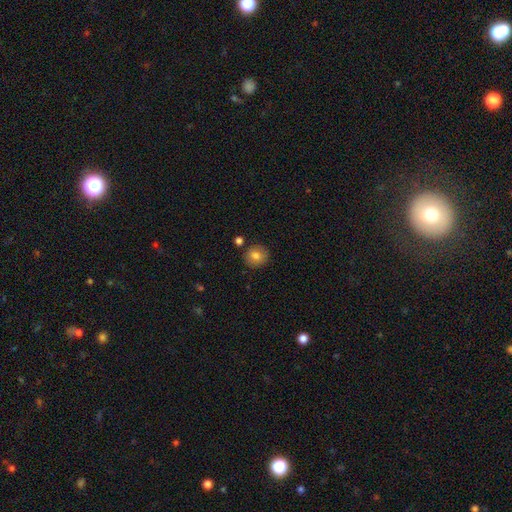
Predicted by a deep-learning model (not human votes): This is clearly a smooth galaxy (80%). How rounded: clearly round (87%). Merging: clearly none (86%).